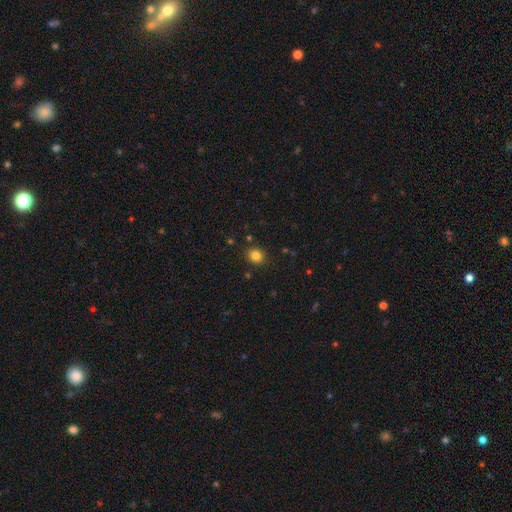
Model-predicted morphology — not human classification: Overall: smooth (83%). How rounded: round (74%). Merging: none (88%).